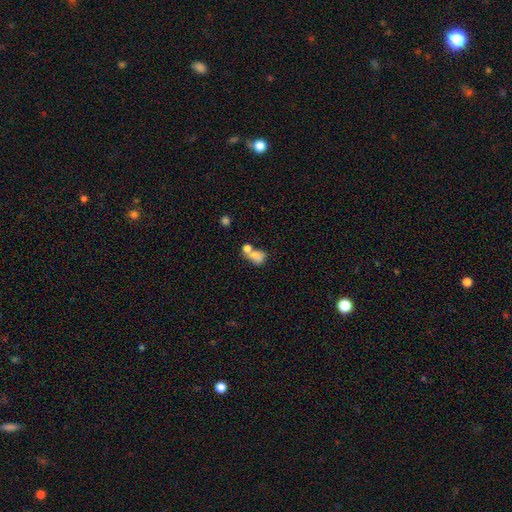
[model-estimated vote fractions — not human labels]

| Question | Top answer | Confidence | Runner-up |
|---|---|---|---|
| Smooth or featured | smooth | 75% | featured or disk (15%) |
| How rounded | in between | 67% | round (31%) |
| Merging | merger | 56% | none (25%) |